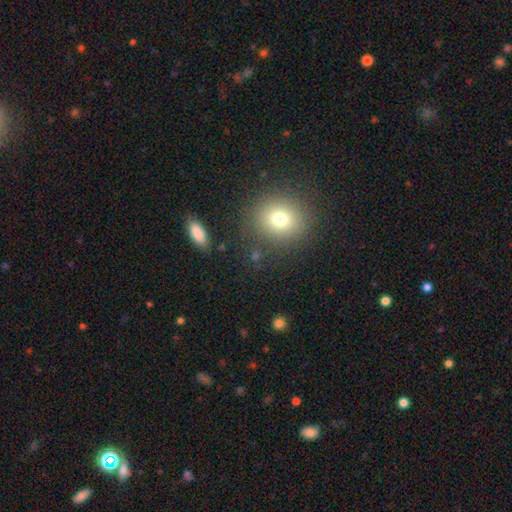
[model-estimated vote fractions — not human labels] Smooth or featured? Predicted: smooth (p=0.73). How rounded? Predicted: round (p=0.73). Merging? Predicted: none (p=0.84).